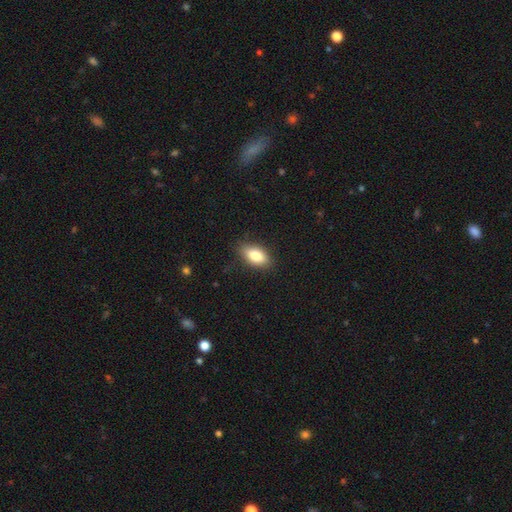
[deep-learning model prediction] This is clearly a smooth galaxy (81%). How rounded: clearly in between (89%). Merging: clearly none (84%).